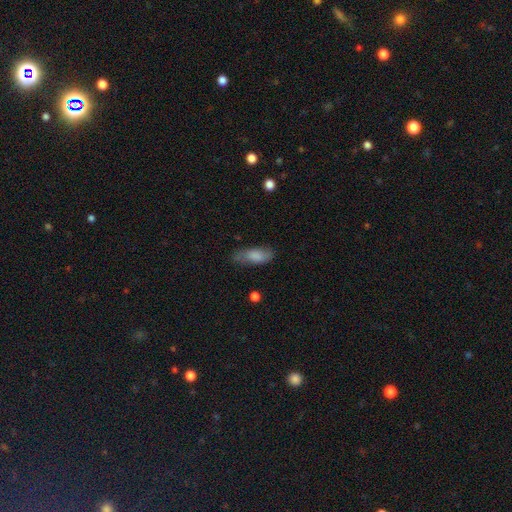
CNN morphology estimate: Smooth or featured? smooth (81%)
How rounded? in between (77%)
Merging? none (64%)